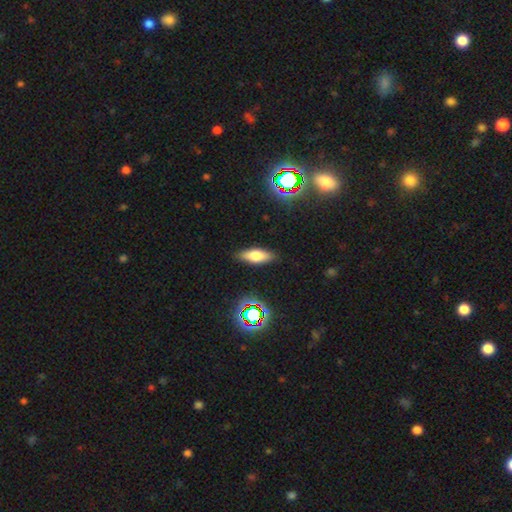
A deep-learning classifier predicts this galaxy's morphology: Overall: smooth (62%; featured or disk 27%). How rounded: in between (64%; cigar-shaped 33%). Merging: none (87%).